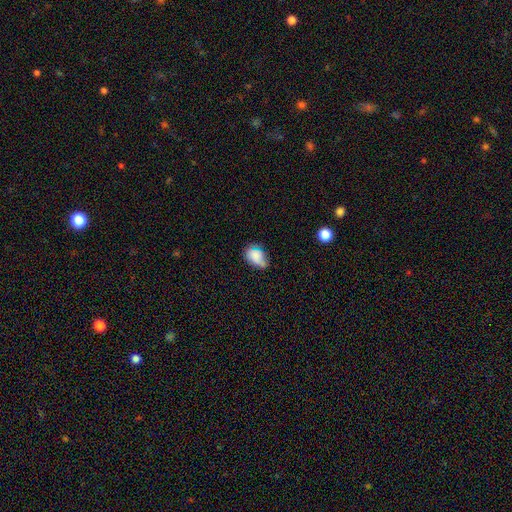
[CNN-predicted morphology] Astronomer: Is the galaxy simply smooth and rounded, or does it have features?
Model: smooth — 77%.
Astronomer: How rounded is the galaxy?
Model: in between — 80%.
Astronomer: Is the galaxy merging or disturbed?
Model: none — 46% (runner-up: minor disturbance, 37%).